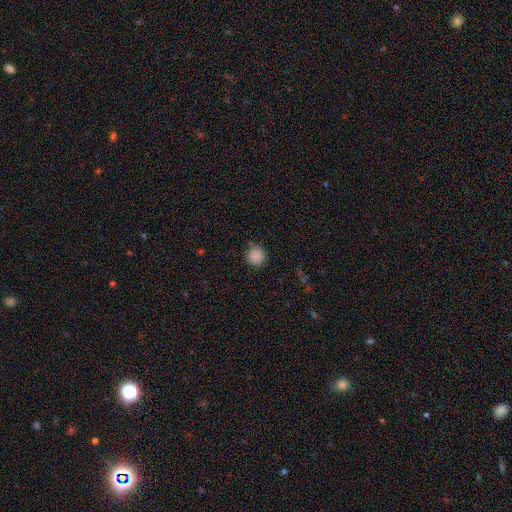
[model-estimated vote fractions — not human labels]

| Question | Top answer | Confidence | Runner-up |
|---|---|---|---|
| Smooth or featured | smooth | 87% | star or artifact (10%) |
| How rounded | round | 93% | in between (6%) |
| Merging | none | 85% | minor disturbance (11%) |